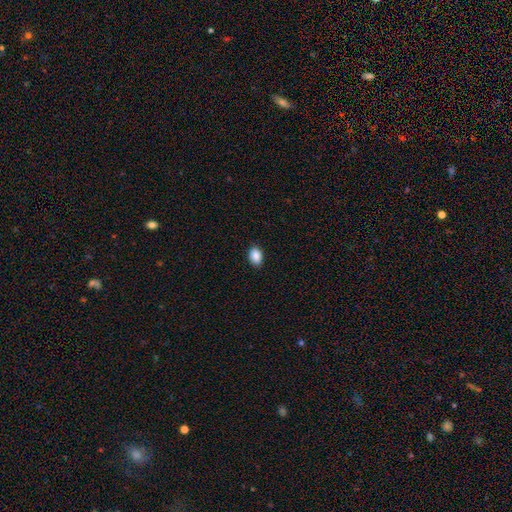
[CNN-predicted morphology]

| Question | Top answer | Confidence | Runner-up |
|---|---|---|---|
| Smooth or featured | smooth | 89% | star or artifact (8%) |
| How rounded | in between | 80% | round (19%) |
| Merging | none | 89% | minor disturbance (8%) |